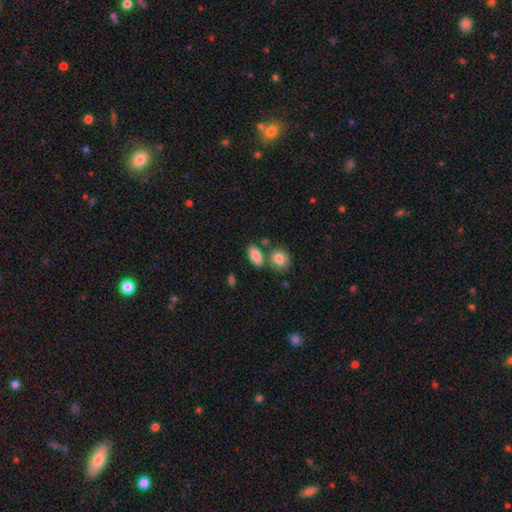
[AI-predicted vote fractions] Smooth or featured: smooth — 86% (star or artifact — 7%)
How rounded: in between — 88% (round — 9%)
Merging: none — 61% (merger — 22%)